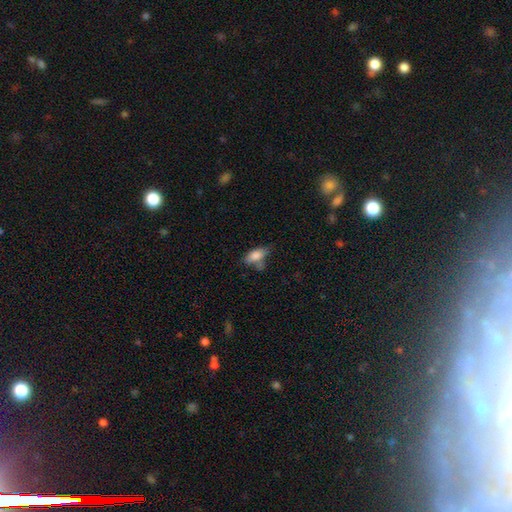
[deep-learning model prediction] Overall: smooth (79%). How rounded: in between (85%). Merging: none (44%; minor disturbance 30%).